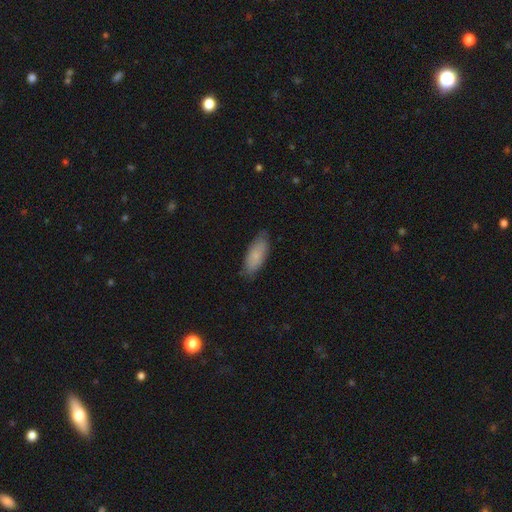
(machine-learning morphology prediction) This is clearly a smooth galaxy (83%). How rounded: likely in between (77%). Merging: likely none (80%).